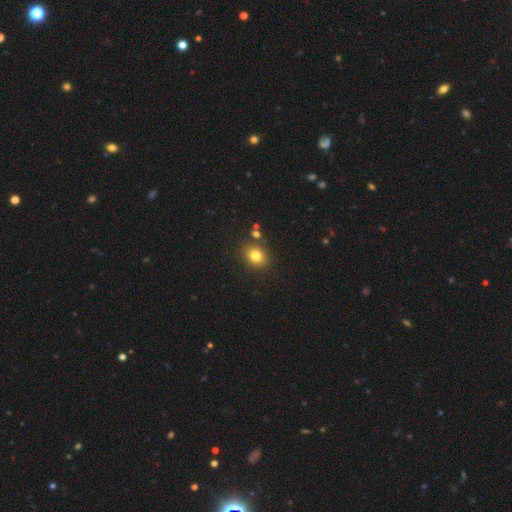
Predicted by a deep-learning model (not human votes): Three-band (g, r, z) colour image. It shows a smooth galaxy with no disk features (80%) that is round (51%). Merging: none (81%).